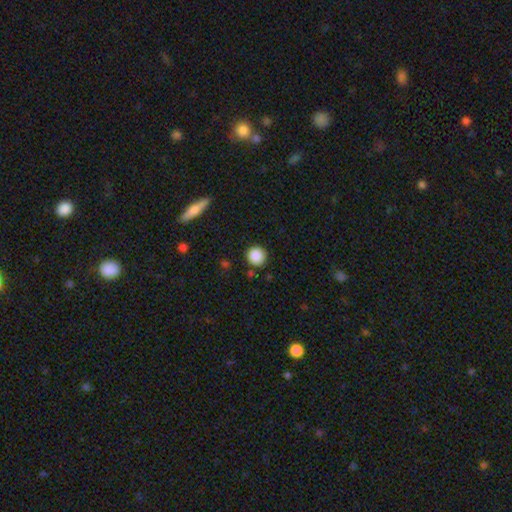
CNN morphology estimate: Q: Smooth or featured?
A: smooth (87%); runner-up: star or artifact (9%)
Q: How rounded?
A: round (93%); runner-up: in between (6%)
Q: Merging?
A: none (88%); runner-up: minor disturbance (8%)